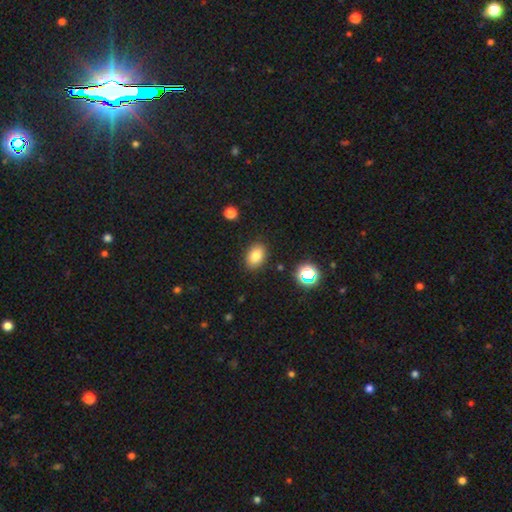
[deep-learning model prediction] This appears to be a smooth galaxy with no disk features (82%) that is in between round and cigar-shaped (82%). Merging: none (87%).